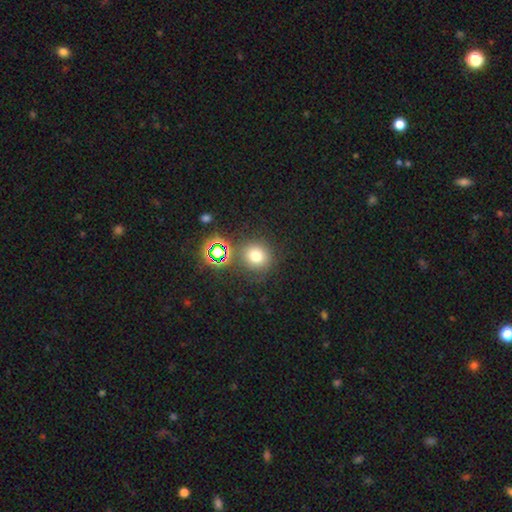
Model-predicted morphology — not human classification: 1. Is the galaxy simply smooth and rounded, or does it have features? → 71% smooth, 21% star or artifact, 8% featured or disk.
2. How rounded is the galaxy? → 89% round, 10% in between, 1% cigar-shaped.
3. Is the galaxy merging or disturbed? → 79% none, 10% minor disturbance, 8% merger, 4% major disturbance.